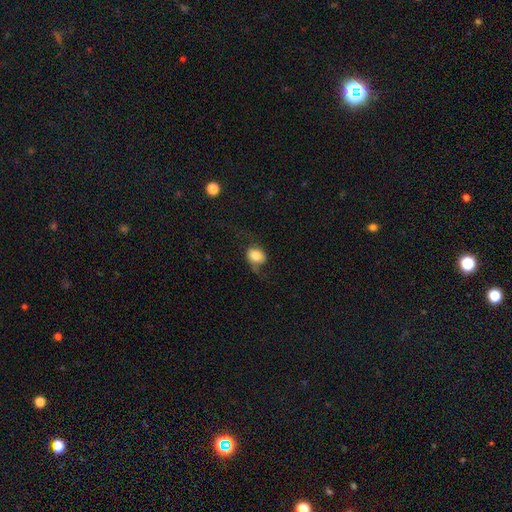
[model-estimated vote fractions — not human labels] A smooth galaxy with no disk features (66%) that is in between round and cigar-shaped (53%). Merging: none (54%).